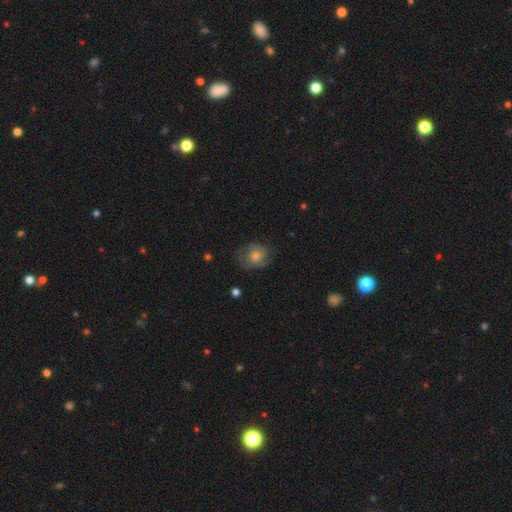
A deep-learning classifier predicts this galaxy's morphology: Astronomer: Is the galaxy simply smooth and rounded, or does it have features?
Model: featured or disk — 45% (runner-up: smooth, 43%).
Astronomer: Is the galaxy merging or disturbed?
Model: none — 70%.